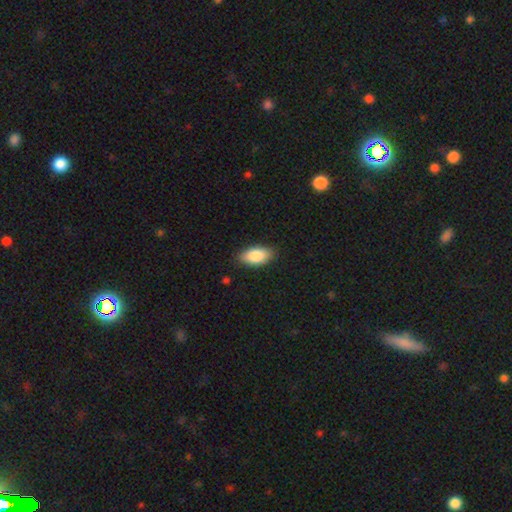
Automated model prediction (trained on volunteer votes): smooth_or_featured: smooth (p=0.86) [alt: featured or disk p=0.08]
how_rounded: in between (p=0.93) [alt: cigar-shaped p=0.04]
merging: none (p=0.86) [alt: minor disturbance p=0.11]